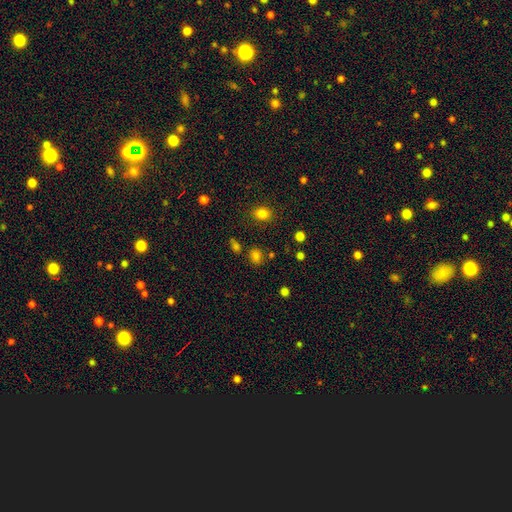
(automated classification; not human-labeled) This is likely a smooth galaxy (75%). How rounded: possibly round (56%). Merging: likely none (76%).